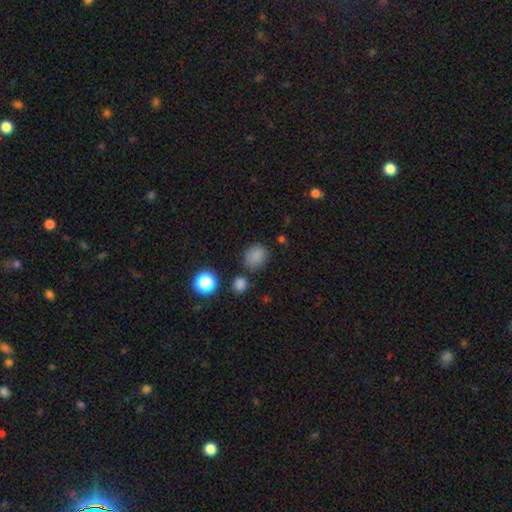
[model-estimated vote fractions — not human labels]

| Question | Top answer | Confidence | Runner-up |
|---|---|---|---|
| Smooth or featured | smooth | 82% | star or artifact (14%) |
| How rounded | round | 61% | in between (38%) |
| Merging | none | 74% | minor disturbance (14%) |